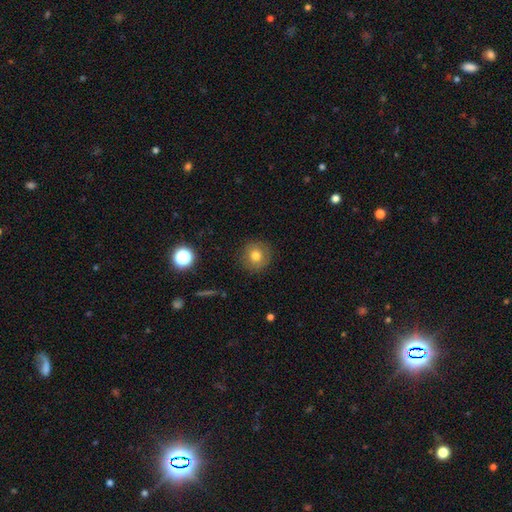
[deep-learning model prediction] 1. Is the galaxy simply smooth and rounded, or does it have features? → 75% smooth, 14% featured or disk, 11% star or artifact.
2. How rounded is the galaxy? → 94% round, 5% in between, 1% cigar-shaped.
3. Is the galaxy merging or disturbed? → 88% none, 8% minor disturbance, 3% major disturbance, 1% merger.